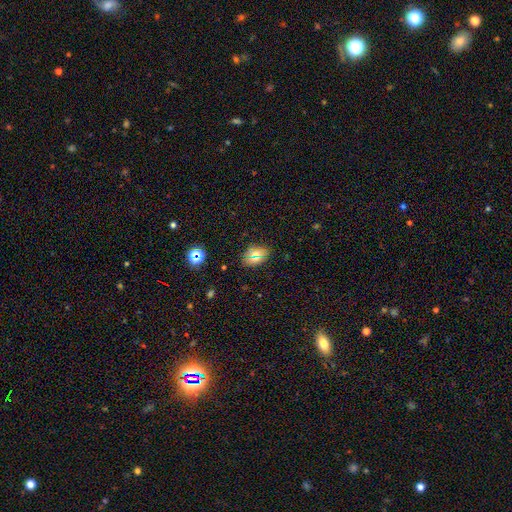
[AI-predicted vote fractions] smooth_or_featured: smooth (p=0.63) [alt: star or artifact p=0.24]
how_rounded: in between (p=0.73) [alt: round p=0.24]
merging: none (p=0.84) [alt: minor disturbance p=0.11]